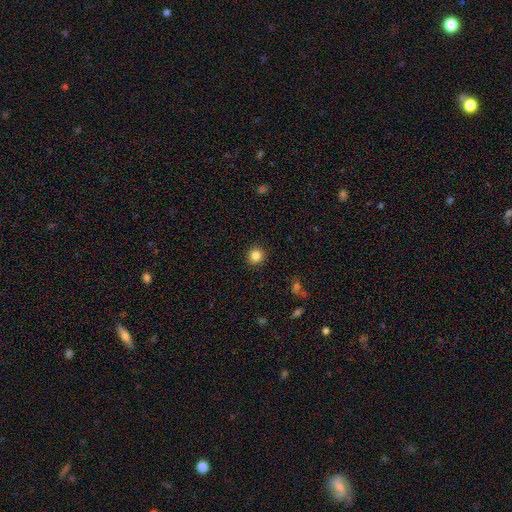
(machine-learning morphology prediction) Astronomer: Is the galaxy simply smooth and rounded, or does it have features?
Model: smooth — 84%.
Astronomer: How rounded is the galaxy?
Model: round — 92%.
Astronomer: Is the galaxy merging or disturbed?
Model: none — 92%.